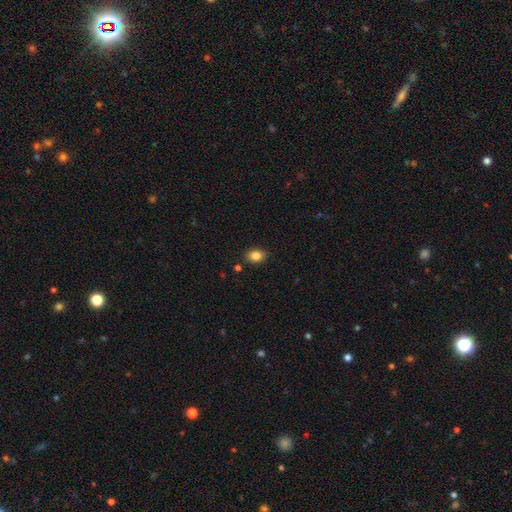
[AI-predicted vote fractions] A smooth galaxy with no disk features (86%) that is in between round and cigar-shaped (63%).

Vote fractions:
- Smooth or featured? smooth: 86% / star or artifact: 10% / featured or disk: 5%
- How rounded? in between: 63% / round: 36% / cigar-shaped: 1%
- Merging? none: 87% / minor disturbance: 8% / merger: 2% / major disturbance: 2%